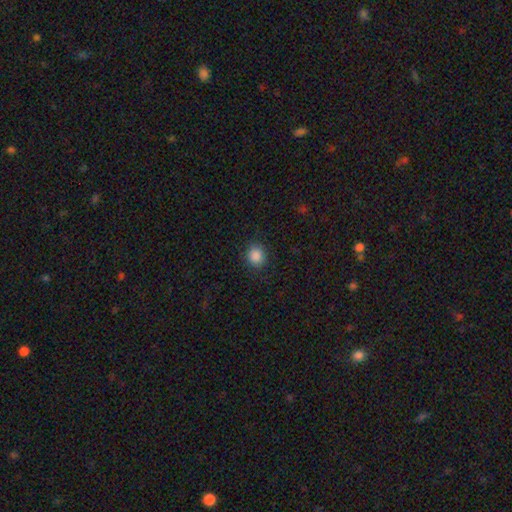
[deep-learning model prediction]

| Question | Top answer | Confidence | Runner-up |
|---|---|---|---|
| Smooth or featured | smooth | 86% | star or artifact (10%) |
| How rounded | round | 83% | in between (16%) |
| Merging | none | 87% | minor disturbance (9%) |